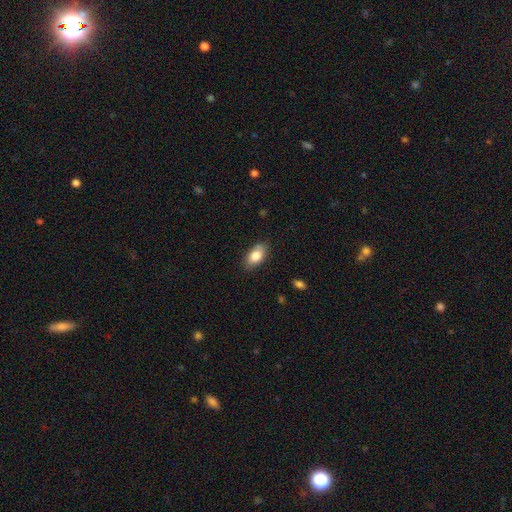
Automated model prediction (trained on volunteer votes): Smooth or featured? Predicted: smooth (p=0.84). How rounded? Predicted: in between (p=0.91). Merging? Predicted: none (p=0.81).